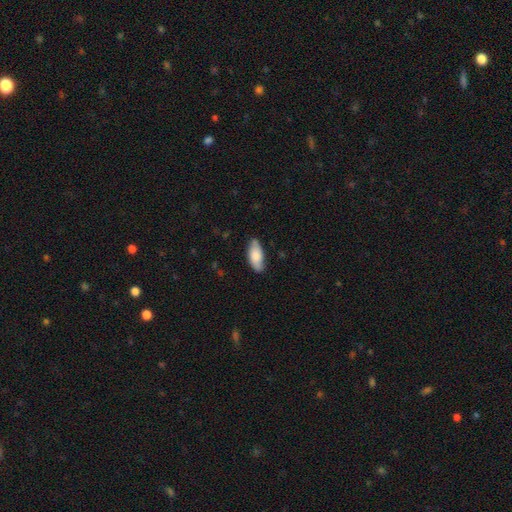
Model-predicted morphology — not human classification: A smooth galaxy with no disk features (78%) that is in between round and cigar-shaped (85%).

Vote fractions:
- Smooth or featured? smooth: 78% / featured or disk: 16% / star or artifact: 6%
- How rounded? in between: 85% / cigar-shaped: 13% / round: 2%
- Merging? none: 79% / minor disturbance: 17% / major disturbance: 3% / merger: 1%